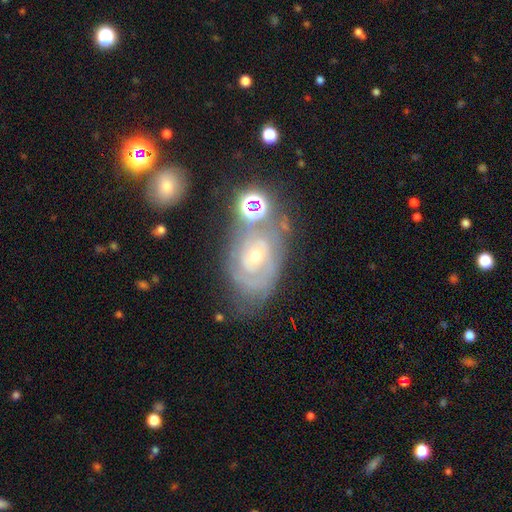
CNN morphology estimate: The model was most divided on "bulge size": small: 55%, moderate: 41%, large: 2%, none: 1%, dominant: 1%. Remaining: edge-on disk — no (95%); spiral arms — yes (85%); smooth or featured — featured or disk (74%); spiral winding — tight (70%); bar — no (63%); merging — none (57%); spiral arm count — can't tell (48%).